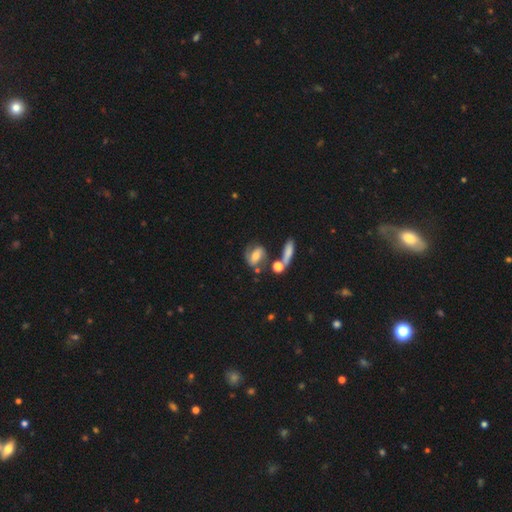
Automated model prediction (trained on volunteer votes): A featured or disk galaxy (55%).

Vote fractions:
- Smooth or featured? featured or disk: 55% / smooth: 35% / star or artifact: 10%
- Edge-on disk? no: 91% / yes: 9%
- Merging? none: 53% / minor disturbance: 19% / merger: 17% / major disturbance: 11%